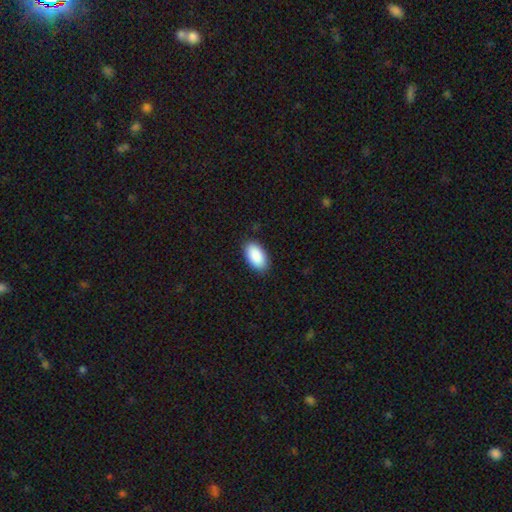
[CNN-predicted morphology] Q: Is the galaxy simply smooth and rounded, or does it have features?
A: smooth — 91%.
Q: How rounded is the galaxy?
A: in between — 96%.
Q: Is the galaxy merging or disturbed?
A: none — 88%.